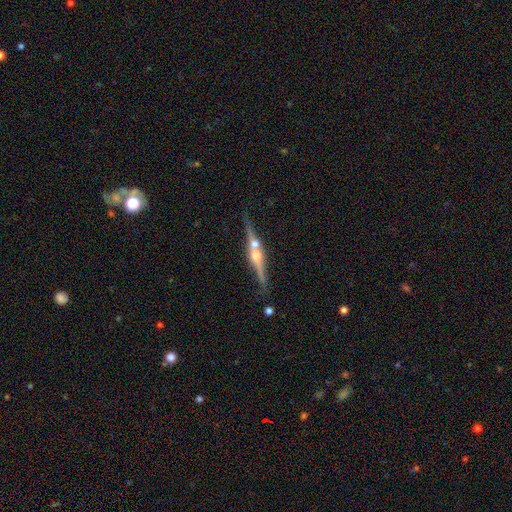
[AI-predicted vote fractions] This is clearly a featured or disk galaxy (81%). It is clearly viewed edge-on (97%). Edge-on bulge: clearly rounded (92%). Merging: likely none (73%).